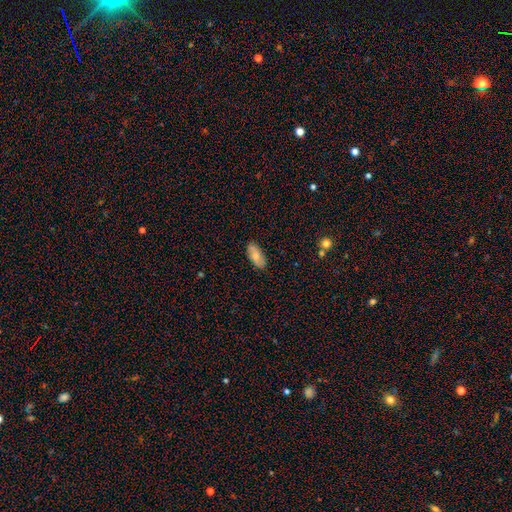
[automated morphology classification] Smooth or featured? smooth (67%)
How rounded? in between (85%)
Merging? none (83%)